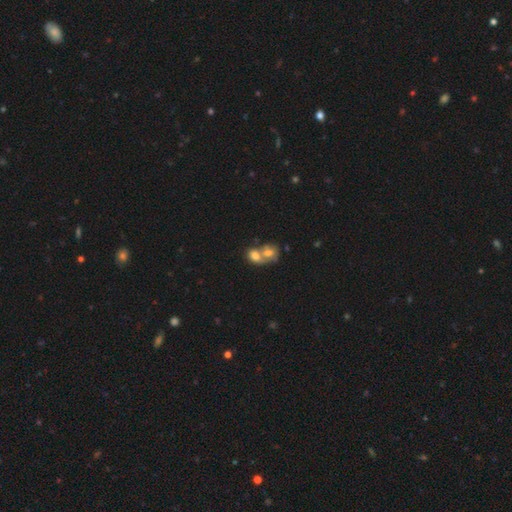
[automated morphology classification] smooth_or_featured: smooth (p=0.69) [alt: featured or disk p=0.21]
how_rounded: in between (p=0.61) [alt: round p=0.37]
merging: merger (p=0.74) [alt: none p=0.17]